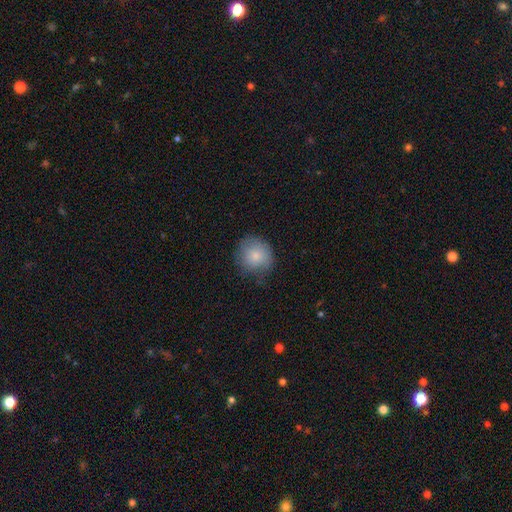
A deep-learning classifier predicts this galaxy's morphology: A smooth galaxy with no disk features (81%) that is round (87%).

Vote fractions:
- Smooth or featured? smooth: 81% / featured or disk: 11% / star or artifact: 7%
- How rounded? round: 87% / in between: 12% / cigar-shaped: 1%
- Merging? none: 68% / minor disturbance: 24% / major disturbance: 6% / merger: 1%